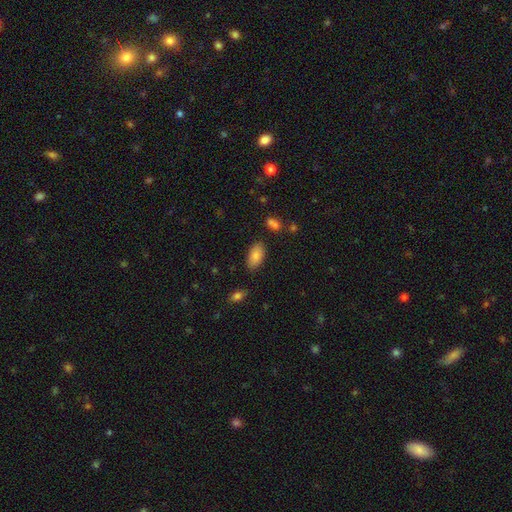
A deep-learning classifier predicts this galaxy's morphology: Q: Smooth or featured?
A: smooth (86%); runner-up: star or artifact (8%)
Q: How rounded?
A: in between (93%); runner-up: round (3%)
Q: Merging?
A: none (82%); runner-up: minor disturbance (12%)